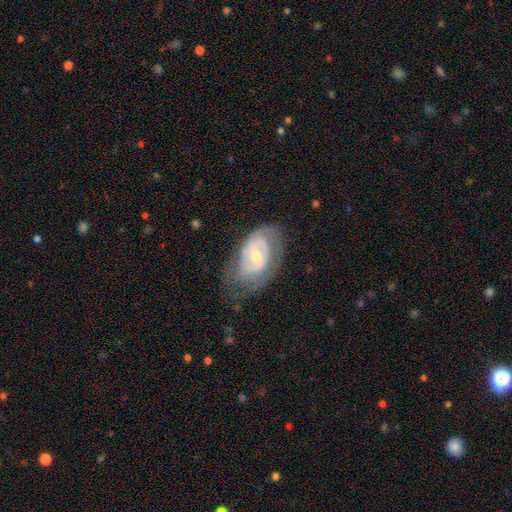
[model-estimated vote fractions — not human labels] Smooth or featured?
  - featured or disk: 76% *
  - smooth: 18%
  - star or artifact: 6%
Edge-on disk?
  - no: 95% *
  - yes: 5%
Bar?
  - weak: 45% *
  - no: 40%
  - strong: 15%
Spiral arms?
  - yes: 78% *
  - no: 22%
Spiral winding?
  - tight: 58% *
  - medium: 31%
  - loose: 11%
Spiral arm count?
  - 2: 41% * (tied)
  - can't tell: 41% * (tied)
  - 1: 8%
  - 3: 6%
  - 4: 2%
  - more than 4: 2%
Bulge size?
  - small: 56% *
  - moderate: 40%
  - large: 2%
  - none: 1%
  - dominant: 1%
Merging?
  - none: 54% *
  - minor disturbance: 27%
  - major disturbance: 17%
  - merger: 2%